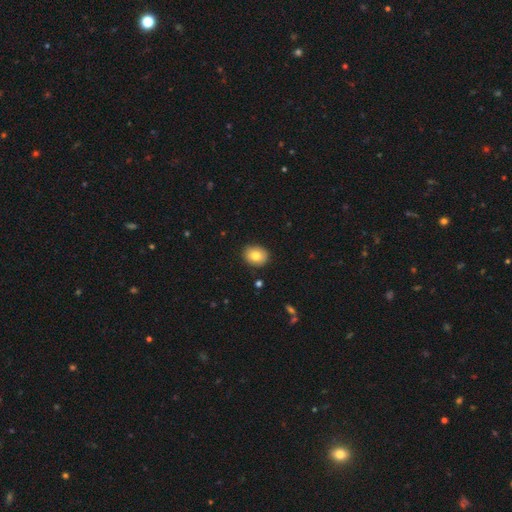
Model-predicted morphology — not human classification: This is likely a smooth galaxy (79%). How rounded: possibly round (58%). Merging: clearly none (88%).